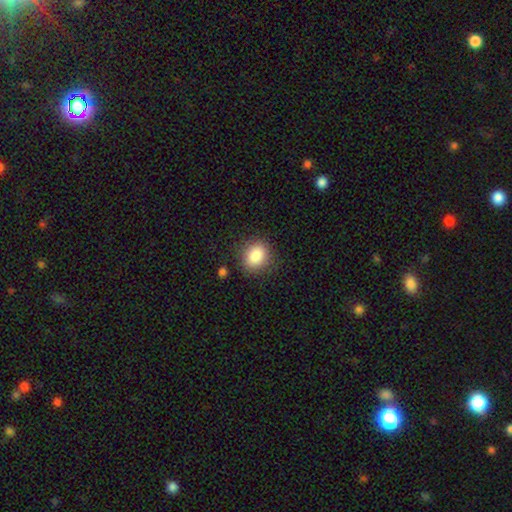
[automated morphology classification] Overall: smooth (85%). How rounded: round (55%; in between 44%). Merging: none (84%).